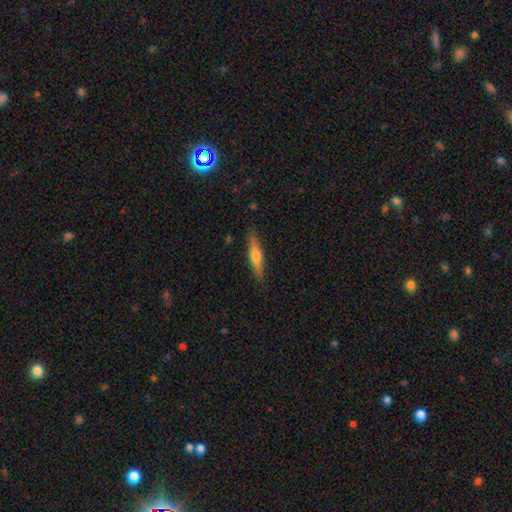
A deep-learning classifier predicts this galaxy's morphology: smooth-or-featured: featured or disk: 51% | smooth: 43% | star or artifact: 6%
  disk-edge-on: yes: 95% | no: 5%
  merging: none: 88% | minor disturbance: 9% | major disturbance: 2% | merger: 1%